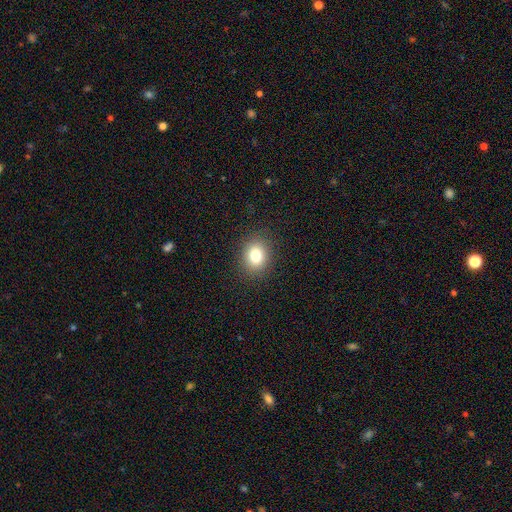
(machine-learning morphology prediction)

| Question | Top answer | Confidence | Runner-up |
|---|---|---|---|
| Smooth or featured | smooth | 80% | star or artifact (12%) |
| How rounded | round | 57% | in between (42%) |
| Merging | none | 89% | minor disturbance (8%) |